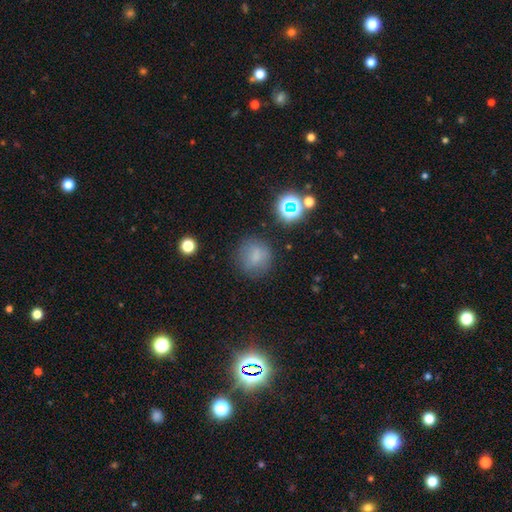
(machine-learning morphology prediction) Smooth or featured: smooth — 72% (star or artifact — 17%)
How rounded: round — 88% (in between — 11%)
Merging: none — 78% (minor disturbance — 14%)